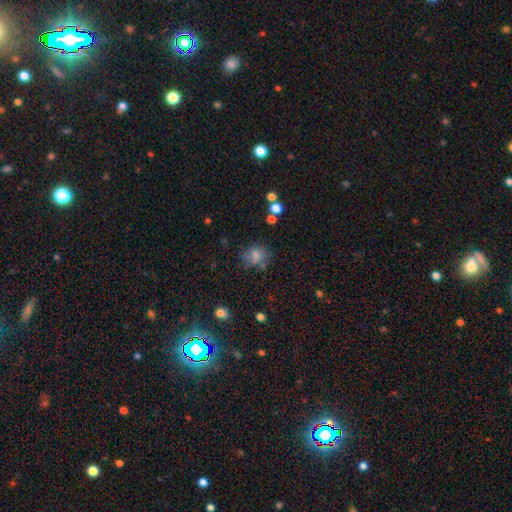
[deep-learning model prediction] A smooth galaxy with no disk features (72%) that is round (56%). Merging: none (56%).